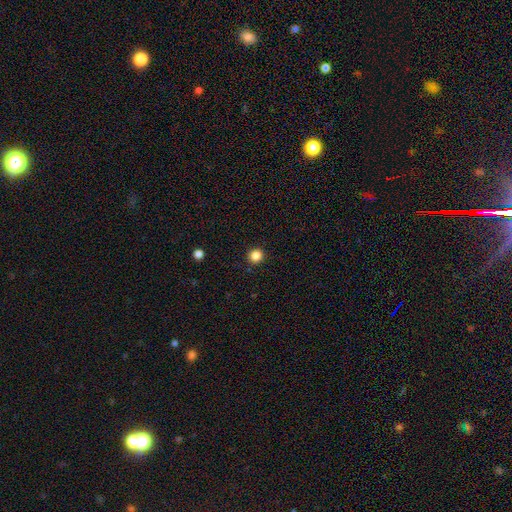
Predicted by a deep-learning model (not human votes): Morphology: type=smooth (85%); roundness=round (94%); merging=none (92%).